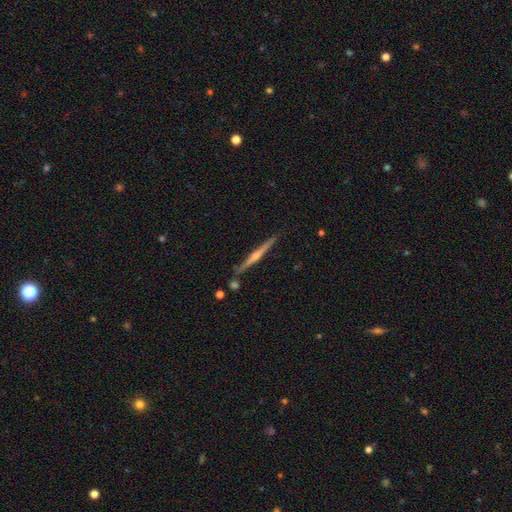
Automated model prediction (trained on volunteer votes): Morphology: type=featured or disk (81%); edge-on=yes (98%); edge-on bulge=rounded (80%); merging=none (87%).